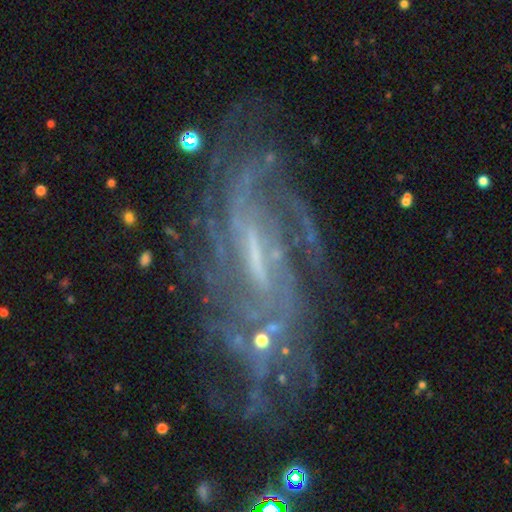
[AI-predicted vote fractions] Smooth or featured?
  - featured or disk: 85% *
  - star or artifact: 9%
  - smooth: 6%
Edge-on disk?
  - no: 93% *
  - yes: 7%
Bar?
  - weak: 43% *
  - strong: 39%
  - no: 18%
Spiral arms?
  - yes: 93% *
  - no: 7%
Spiral winding?
  - tight: 46% *
  - medium: 40%
  - loose: 15%
Spiral arm count?
  - can't tell: 39% *
  - 4: 16%
  - 3: 14%
  - 2: 14%
  - more than 4: 10%
  - 1: 7%
Bulge size?
  - small: 39% *
  - none: 35%
  - moderate: 22%
  - large: 3%
  - dominant: 1%
Merging?
  - none: 61% *
  - minor disturbance: 19%
  - major disturbance: 16%
  - merger: 4%